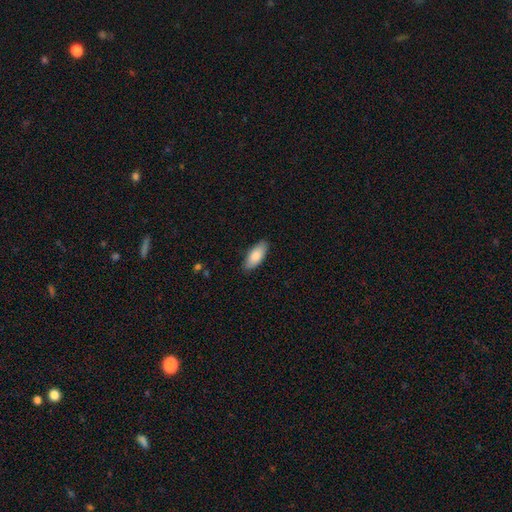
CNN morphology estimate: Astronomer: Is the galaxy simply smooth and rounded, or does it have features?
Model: smooth — 84%.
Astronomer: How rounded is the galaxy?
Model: in between — 85%.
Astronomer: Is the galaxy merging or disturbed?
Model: none — 86%.